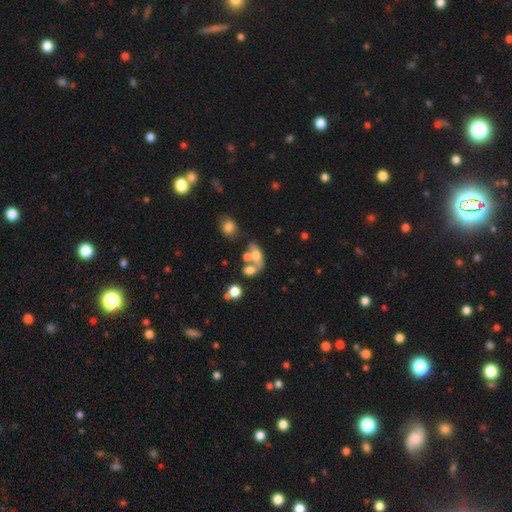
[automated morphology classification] Smooth or featured?
  - smooth: 57% *
  - featured or disk: 31%
  - star or artifact: 12%
How rounded?
  - in between: 78% *
  - round: 16%
  - cigar-shaped: 6%
Merging?
  - merger: 51% *
  - none: 25%
  - minor disturbance: 12%
  - major disturbance: 12%